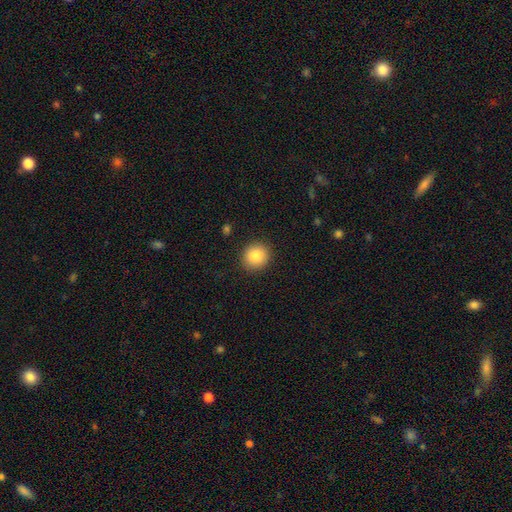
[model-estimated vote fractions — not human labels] Smooth or featured?
  - smooth: 86% *
  - star or artifact: 9%
  - featured or disk: 5%
How rounded?
  - round: 88% *
  - in between: 11%
  - cigar-shaped: 1%
Merging?
  - none: 90% *
  - minor disturbance: 6%
  - major disturbance: 2%
  - merger: 1%